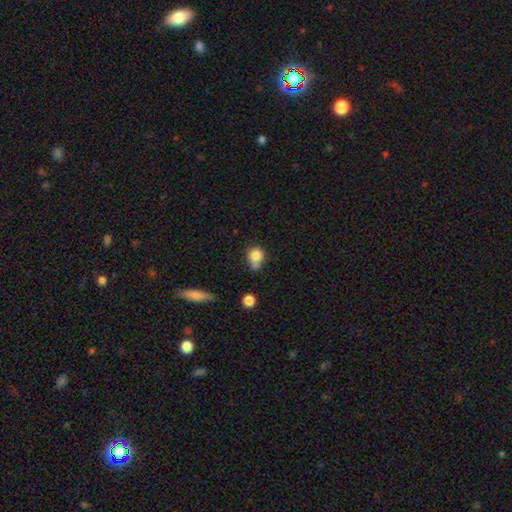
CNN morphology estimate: This appears to be a smooth galaxy with no disk features (80%) that is round (78%). Merging: none (42%).